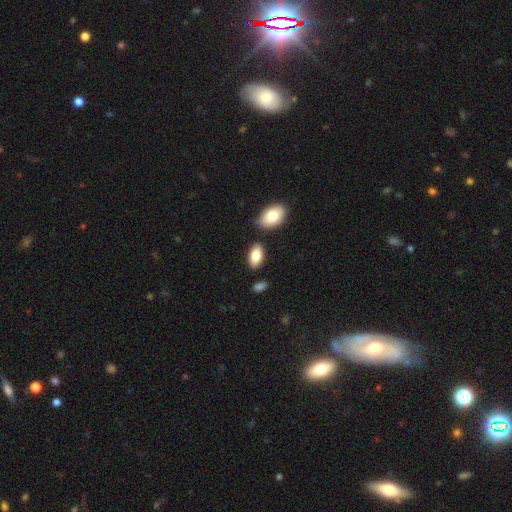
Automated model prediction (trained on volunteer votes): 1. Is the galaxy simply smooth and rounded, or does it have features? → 81% smooth, 12% featured or disk, 6% star or artifact.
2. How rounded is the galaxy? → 93% in between, 4% cigar-shaped, 3% round.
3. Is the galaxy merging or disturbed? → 81% none, 10% minor disturbance, 7% merger, 2% major disturbance.